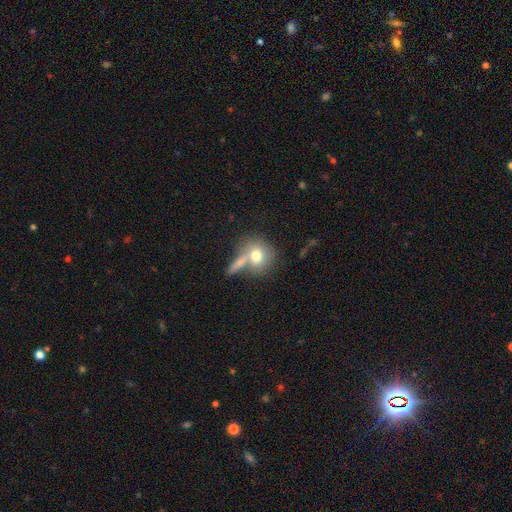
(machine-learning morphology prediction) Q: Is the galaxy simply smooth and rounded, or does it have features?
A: smooth — 73%.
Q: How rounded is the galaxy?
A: round — 74%.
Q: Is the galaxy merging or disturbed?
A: none — 47%.